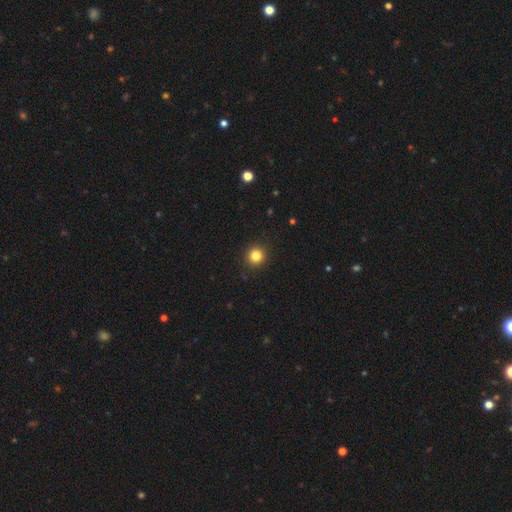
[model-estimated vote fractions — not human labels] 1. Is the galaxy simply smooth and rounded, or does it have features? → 83% smooth, 12% star or artifact, 5% featured or disk.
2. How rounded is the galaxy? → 94% round, 5% in between, 1% cigar-shaped.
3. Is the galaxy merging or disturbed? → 93% none, 5% minor disturbance, 2% major disturbance, 1% merger.